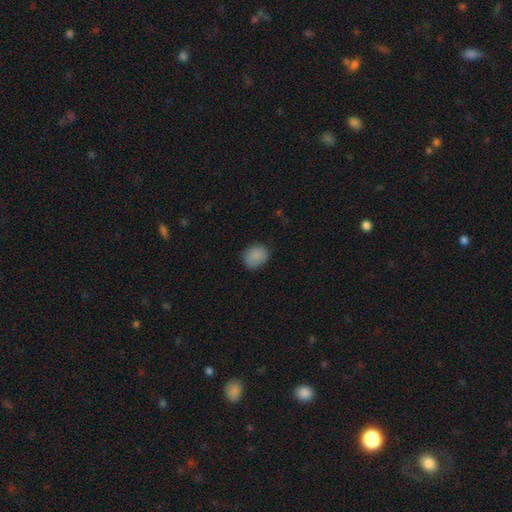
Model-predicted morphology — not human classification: A smooth galaxy with no disk features (86%) that is round (55%). Merging: none (76%).